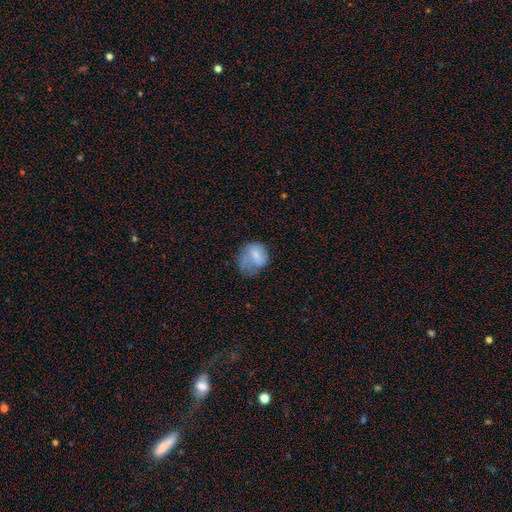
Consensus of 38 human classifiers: This is clearly a smooth galaxy (87%). How rounded: possibly in between (52%). Merging: marginally major disturbance (39%).